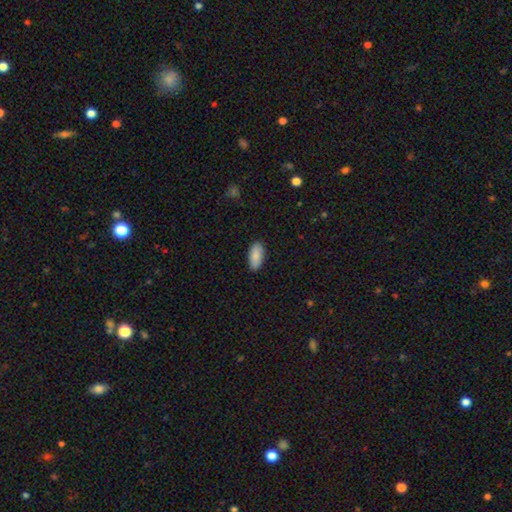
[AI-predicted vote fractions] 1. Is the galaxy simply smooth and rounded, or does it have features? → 89% smooth, 6% star or artifact, 5% featured or disk.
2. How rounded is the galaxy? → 89% in between, 9% cigar-shaped, 2% round.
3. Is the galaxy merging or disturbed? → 89% none, 9% minor disturbance, 2% major disturbance, 1% merger.